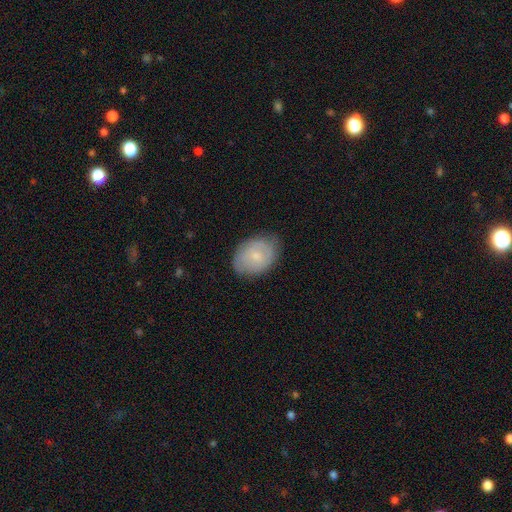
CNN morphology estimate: smooth-or-featured: smooth: 63% | featured or disk: 30% | star or artifact: 7%
  how-rounded: in between: 73% | round: 26% | cigar-shaped: 1%
  merging: none: 74% | minor disturbance: 21% | major disturbance: 5% | merger: 1%